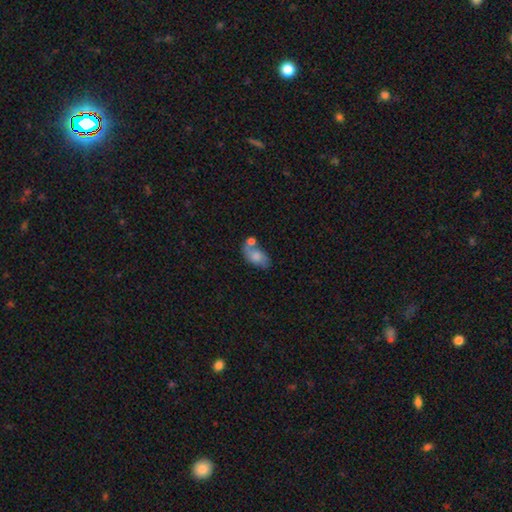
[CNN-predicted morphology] This is likely a smooth galaxy (62%). How rounded: clearly in between (91%). Merging: marginally merger (37%).